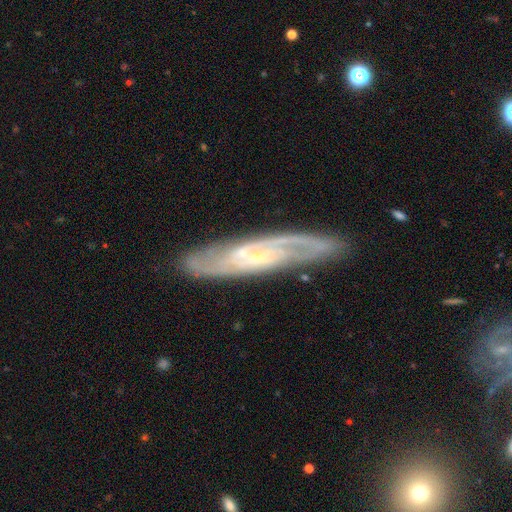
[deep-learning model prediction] Q: Smooth or featured?
A: featured or disk (84%); runner-up: smooth (11%)
Q: Edge-on disk?
A: no (75%); runner-up: yes (25%)
Q: Bar?
A: no (52%); runner-up: weak (36%)
Q: Spiral arms?
A: yes (94%); runner-up: no (6%)
Q: Spiral winding?
A: tight (50%); runner-up: medium (39%)
Q: Spiral arm count?
A: 2 (54%); runner-up: can't tell (26%)
Q: Bulge size?
A: small (74%); runner-up: moderate (20%)
Q: Merging?
A: none (81%); runner-up: minor disturbance (14%)